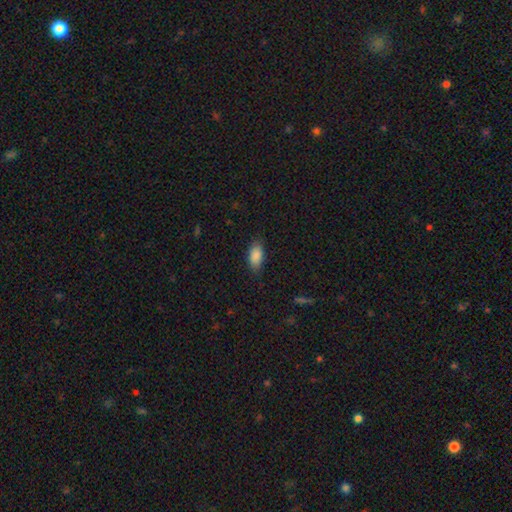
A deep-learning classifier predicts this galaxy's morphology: smooth-or-featured: smooth: 88% | star or artifact: 7% | featured or disk: 5%
  how-rounded: in between: 91% | cigar-shaped: 5% | round: 4%
  merging: none: 80% | minor disturbance: 15% | major disturbance: 3% | merger: 1%